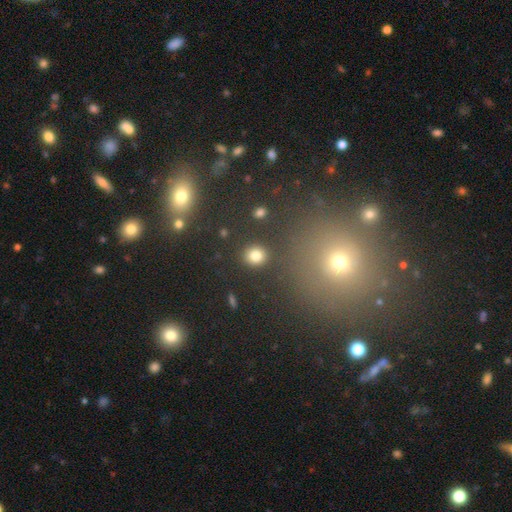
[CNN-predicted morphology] Q: Smooth or featured?
A: smooth (82%); runner-up: star or artifact (12%)
Q: How rounded?
A: round (79%); runner-up: in between (20%)
Q: Merging?
A: none (87%); runner-up: minor disturbance (7%)